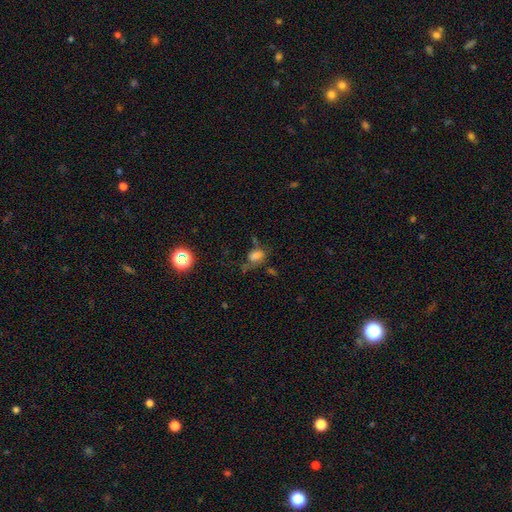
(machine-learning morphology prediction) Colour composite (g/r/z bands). It shows a smooth galaxy with no disk features (69%) that is in between round and cigar-shaped (77%). Merging: none (37%).